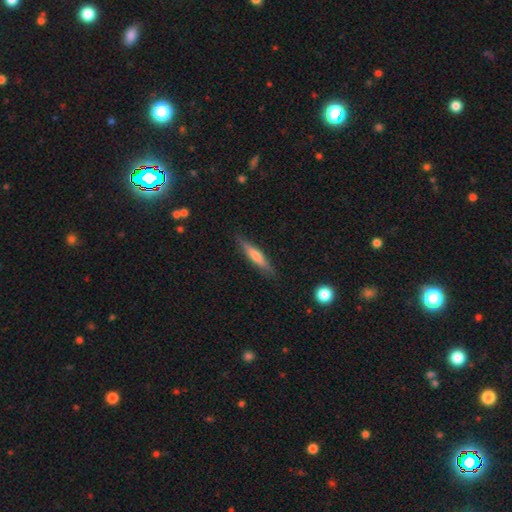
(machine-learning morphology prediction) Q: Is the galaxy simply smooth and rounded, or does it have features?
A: smooth — 51%.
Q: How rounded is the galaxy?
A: cigar-shaped — 88%.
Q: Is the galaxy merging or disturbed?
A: none — 86%.